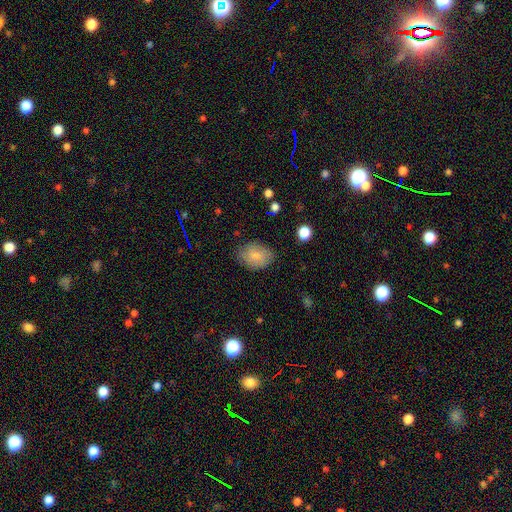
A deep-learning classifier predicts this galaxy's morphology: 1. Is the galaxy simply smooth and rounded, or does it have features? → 78% smooth, 14% featured or disk, 7% star or artifact.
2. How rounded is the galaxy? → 75% in between, 24% round, 1% cigar-shaped.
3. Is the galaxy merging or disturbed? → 75% none, 19% minor disturbance, 5% major disturbance, 1% merger.